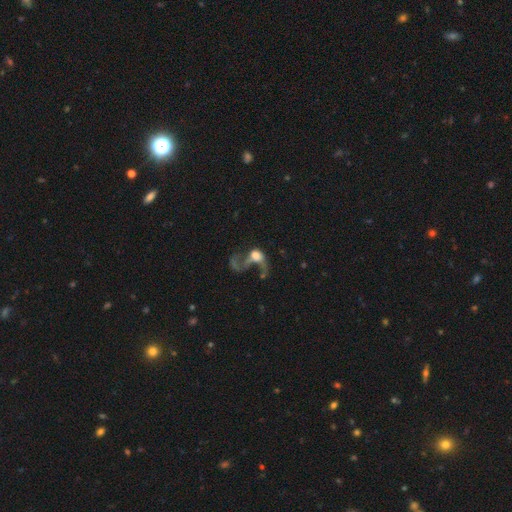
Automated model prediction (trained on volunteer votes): featured or disk 46%, smooth 39%, star or artifact 14%. Down the decision tree: merging — major disturbance (56%).